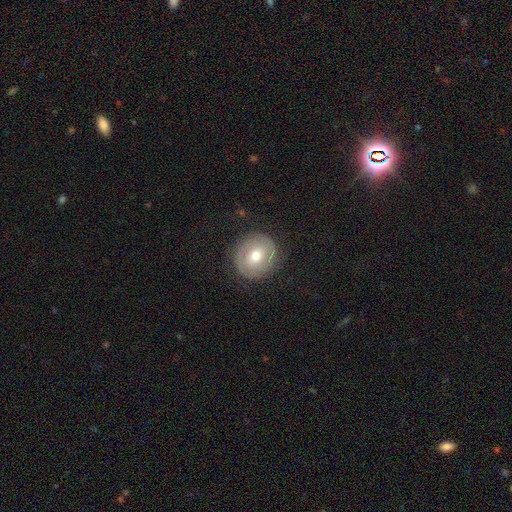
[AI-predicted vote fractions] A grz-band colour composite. It shows a featured or disk galaxy (48%). Merging: none (86%).